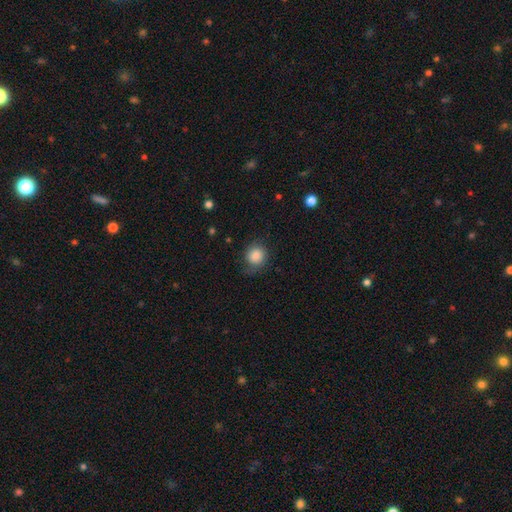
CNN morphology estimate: Overall: smooth (84%). How rounded: round (82%). Merging: none (70%).